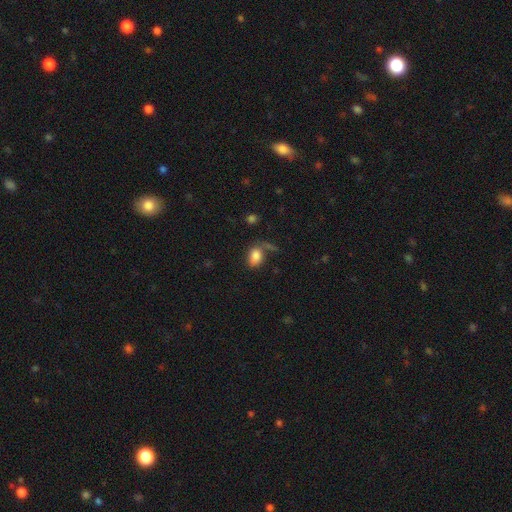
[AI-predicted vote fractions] The model was most divided on "merging": none: 51%, minor disturbance: 20%, merger: 14%, major disturbance: 14%. More confident: smooth or featured — smooth (82%); how rounded — in between (79%).